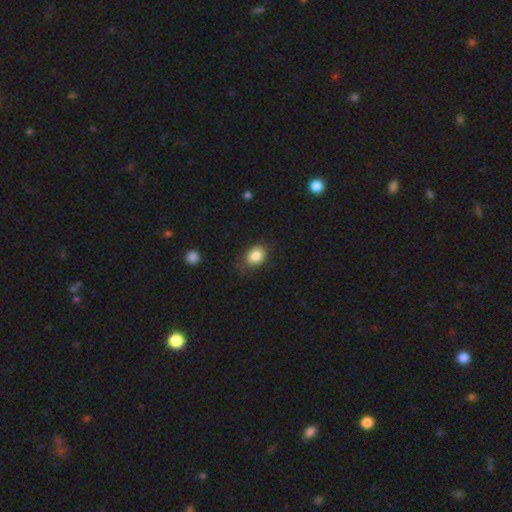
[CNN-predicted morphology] Smooth or featured?
  - smooth: 84% *
  - star or artifact: 9%
  - featured or disk: 7%
How rounded?
  - in between: 59% *
  - round: 40%
  - cigar-shaped: 1%
Merging?
  - none: 71% *
  - minor disturbance: 21%
  - major disturbance: 6%
  - merger: 2%